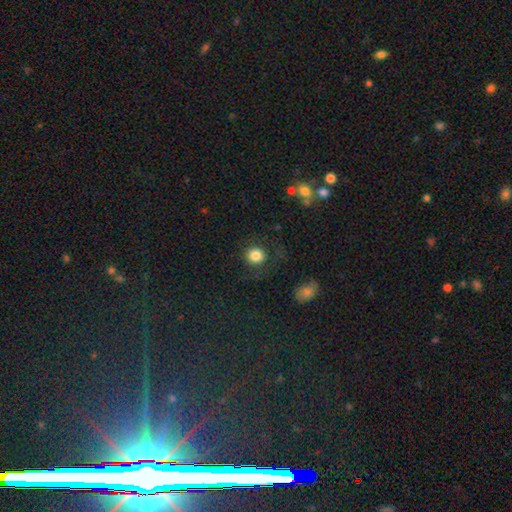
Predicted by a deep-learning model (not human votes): Q: Smooth or featured?
A: smooth (84%); runner-up: star or artifact (10%)
Q: How rounded?
A: round (88%); runner-up: in between (11%)
Q: Merging?
A: none (82%); runner-up: minor disturbance (10%)